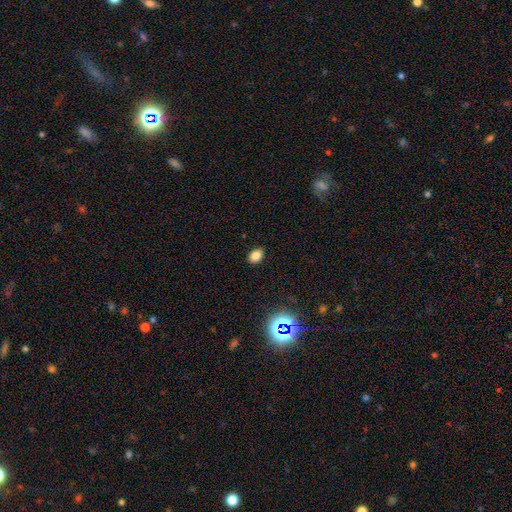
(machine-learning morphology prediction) smooth_or_featured: smooth (p=0.82) [alt: star or artifact p=0.13]
how_rounded: in between (p=0.78) [alt: round p=0.21]
merging: none (p=0.88) [alt: minor disturbance p=0.08]